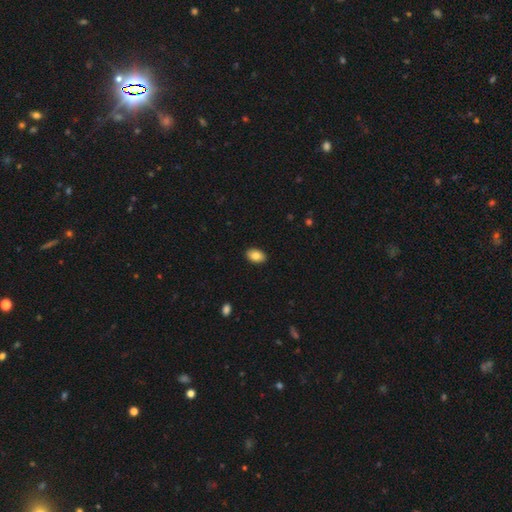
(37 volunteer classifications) This appears to be a smooth galaxy with no disk features (92%) that is in between round and cigar-shaped (79%). Merging: none (89%).